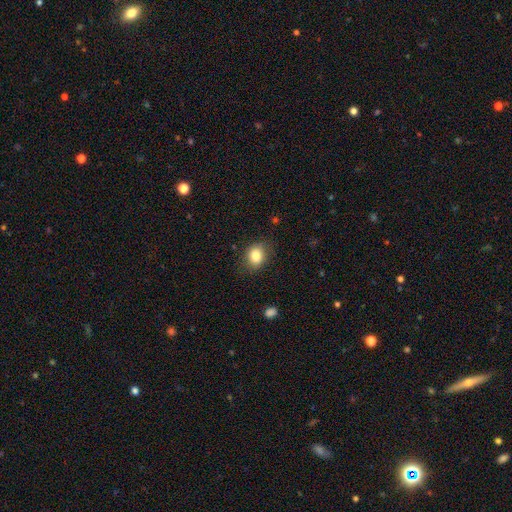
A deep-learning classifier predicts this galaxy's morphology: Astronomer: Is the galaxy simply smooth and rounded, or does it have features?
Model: smooth — 84%.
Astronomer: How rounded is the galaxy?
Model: in between — 59% (runner-up: round, 40%).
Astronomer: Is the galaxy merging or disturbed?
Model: none — 78%.